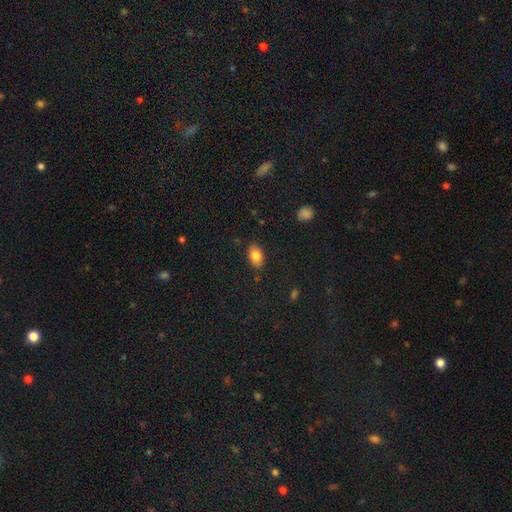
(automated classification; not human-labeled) smooth-or-featured: smooth: 83% | featured or disk: 9% | star or artifact: 8%
  how-rounded: in between: 87% | round: 11% | cigar-shaped: 2%
  merging: none: 86% | minor disturbance: 10% | major disturbance: 2% | merger: 1%